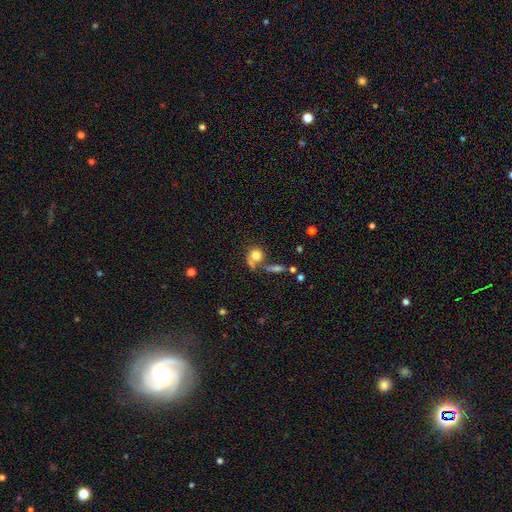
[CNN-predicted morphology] This appears to be a smooth galaxy with no disk features (74%) that is round (79%). Merging: none (46%).